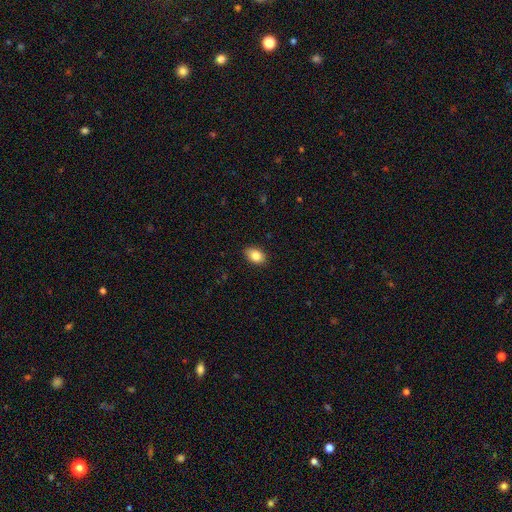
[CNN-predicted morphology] Smooth or featured?
  - smooth: 84% *
  - star or artifact: 8%
  - featured or disk: 8%
How rounded?
  - in between: 84% *
  - round: 15%
  - cigar-shaped: 1%
Merging?
  - none: 88% *
  - minor disturbance: 9%
  - major disturbance: 2%
  - merger: 1%